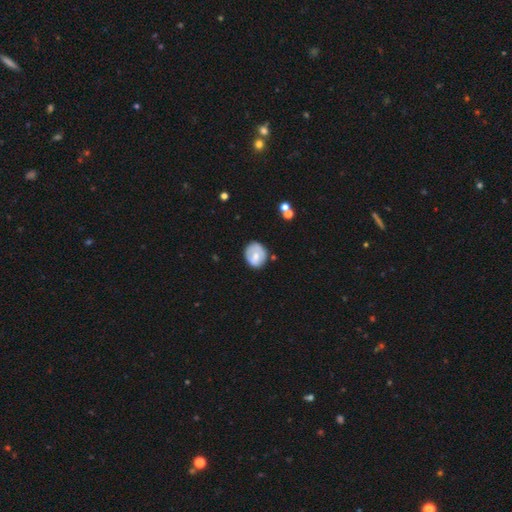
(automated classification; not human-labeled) A smooth galaxy with no disk features (60%) that is round (65%). Merging: none (64%).